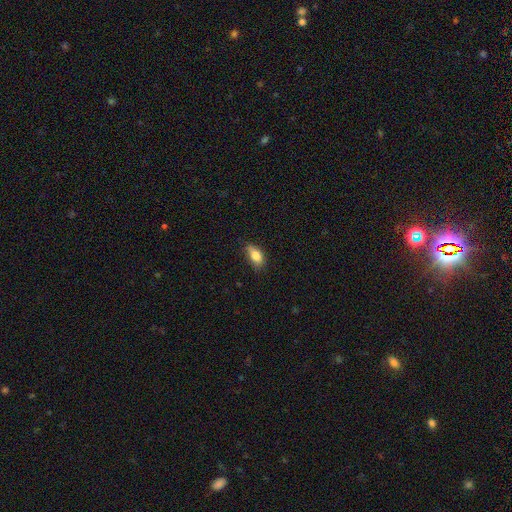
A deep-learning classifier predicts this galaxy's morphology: smooth_or_featured: smooth (p=0.80) [alt: featured or disk p=0.12]
how_rounded: in between (p=0.85) [alt: cigar-shaped p=0.08]
merging: none (p=0.63) [alt: minor disturbance p=0.29]